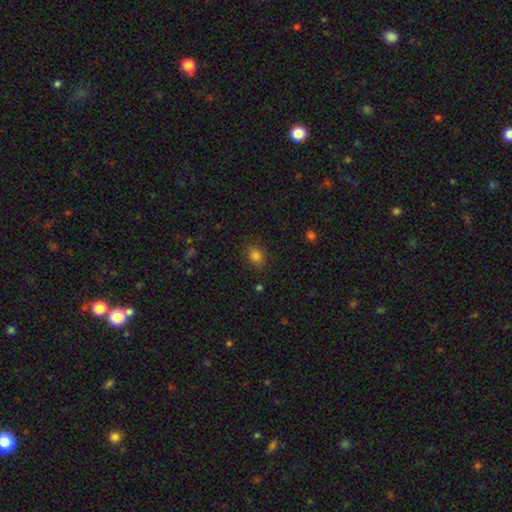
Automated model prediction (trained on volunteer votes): Morphology: type=smooth (81%); roundness=in between (56%); merging=none (80%).